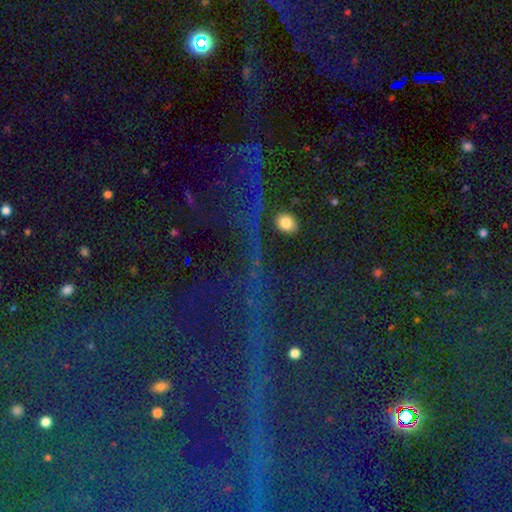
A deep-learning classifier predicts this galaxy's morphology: A star or artifact, not a galaxy (83%).